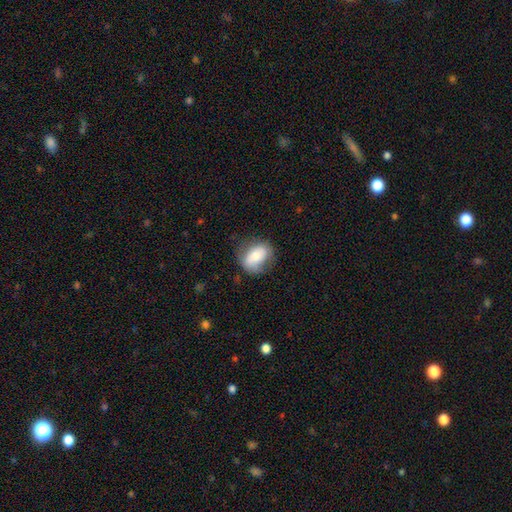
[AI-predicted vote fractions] A smooth galaxy with no disk features (68%) that is in between round and cigar-shaped (71%). Merging: none (65%).